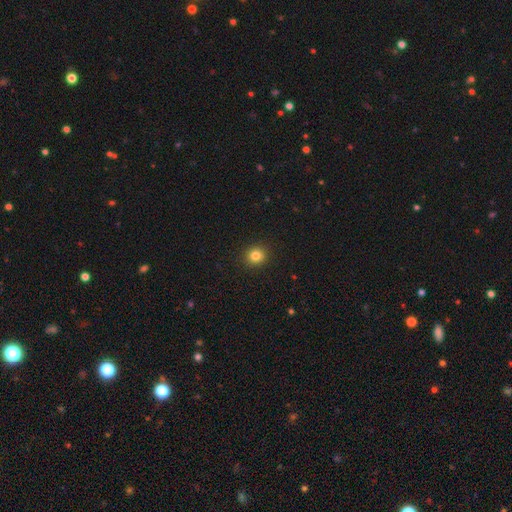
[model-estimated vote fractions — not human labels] smooth_or_featured: smooth (p=0.82) [alt: star or artifact p=0.12]
how_rounded: round (p=0.84) [alt: in between p=0.15]
merging: none (p=0.92) [alt: minor disturbance p=0.06]